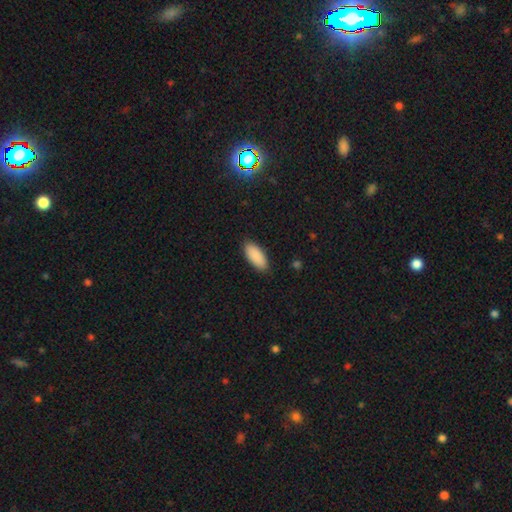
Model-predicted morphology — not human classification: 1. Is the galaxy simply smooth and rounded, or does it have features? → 91% smooth, 6% star or artifact, 4% featured or disk.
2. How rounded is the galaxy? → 87% in between, 11% cigar-shaped, 2% round.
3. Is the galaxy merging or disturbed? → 87% none, 10% minor disturbance, 2% major disturbance, 1% merger.